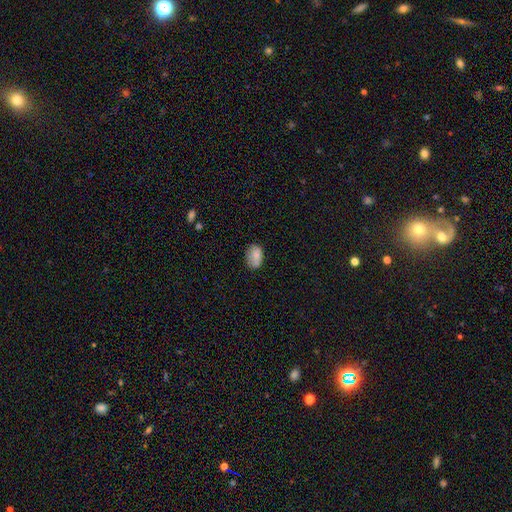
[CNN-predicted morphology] type=smooth (81%); roundness=in between (86%); merging=none (63%).